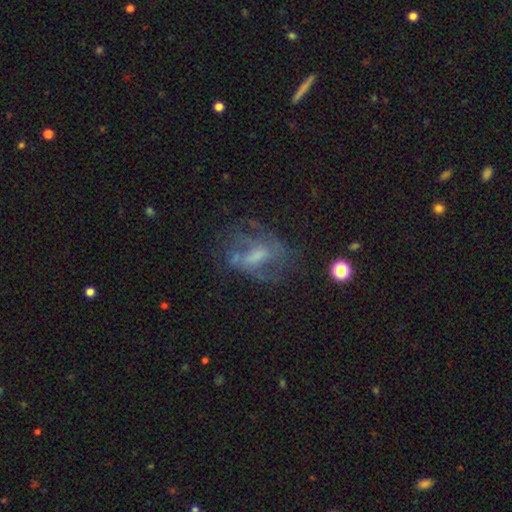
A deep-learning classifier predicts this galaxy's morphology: smooth_or_featured: featured or disk (p=0.63) [alt: smooth p=0.23]
disk_edge_on: no (p=0.95) [alt: yes p=0.05]
bar: no (p=0.43) [alt: weak p=0.41]
has_spiral_arms: yes (p=0.52) [alt: no p=0.48]
bulge_size: moderate (p=0.35) [alt: none p=0.29]
merging: none (p=0.47) [alt: major disturbance p=0.28]